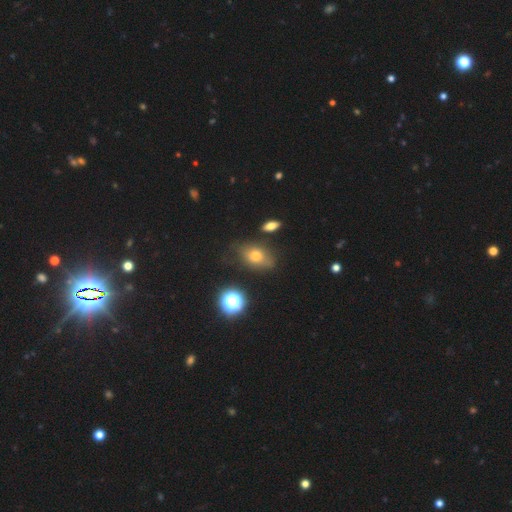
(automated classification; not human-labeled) A smooth galaxy with no disk features (68%) that is in between round and cigar-shaped (75%). Merging: none (70%).